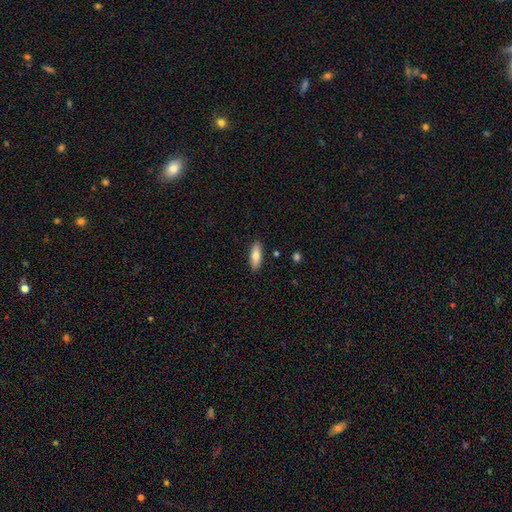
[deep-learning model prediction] This is likely a smooth galaxy (77%). How rounded: likely in between (66%). Merging: clearly none (89%).